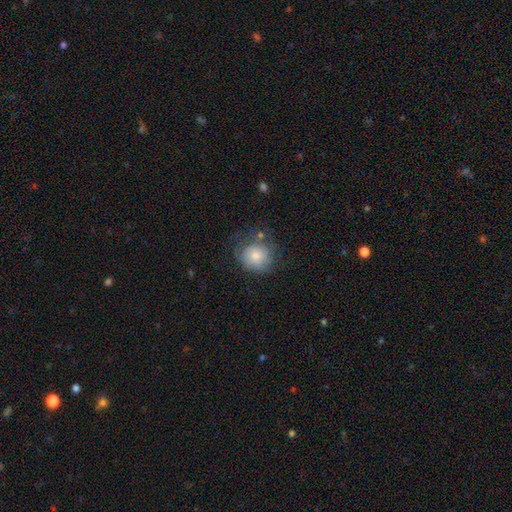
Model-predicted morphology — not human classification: type=smooth (66%); roundness=round (84%); merging=none (58%).